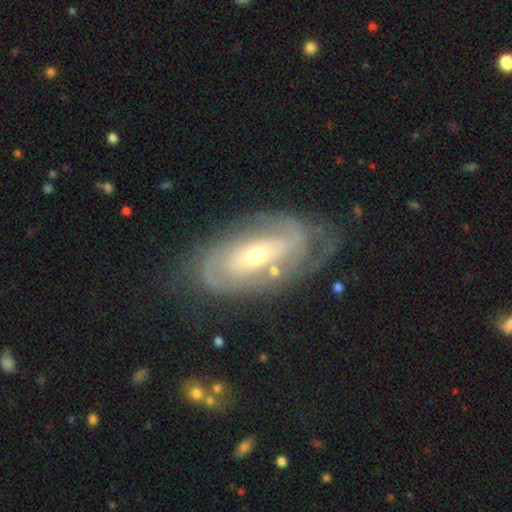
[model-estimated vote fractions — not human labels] smooth_or_featured: featured or disk (p=0.84) [alt: smooth p=0.11]
disk_edge_on: no (p=0.94) [alt: yes p=0.06]
bar: no (p=0.45) [alt: weak p=0.32]
has_spiral_arms: yes (p=0.91) [alt: no p=0.09]
spiral_winding: tight (p=0.64) [alt: medium p=0.28]
spiral_arm_count: 2 (p=0.51) [alt: can't tell p=0.27]
bulge_size: moderate (p=0.47) [tied with: small p=0.47]
merging: none (p=0.70) [alt: minor disturbance p=0.18]